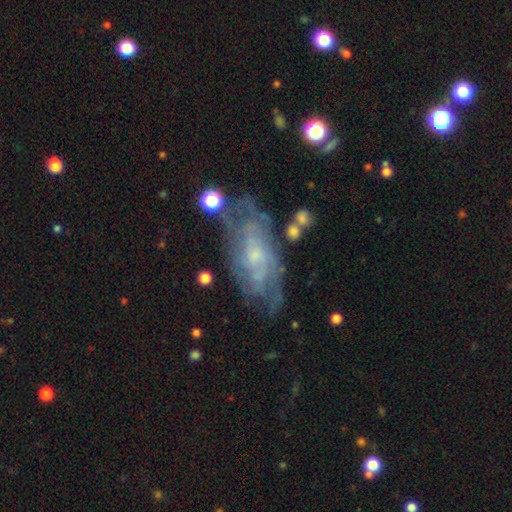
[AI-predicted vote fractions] Smooth or featured: featured or disk — 75% (smooth — 17%)
Edge-on disk: no — 90% (yes — 10%)
Bar: no — 71% (weak — 25%)
Spiral arms: yes — 81% (no — 19%)
Spiral winding: tight — 52% (medium — 35%)
Spiral arm count: can't tell — 58% (2 — 16%)
Bulge size: small — 71% (moderate — 19%)
Merging: none — 63% (minor disturbance — 21%)